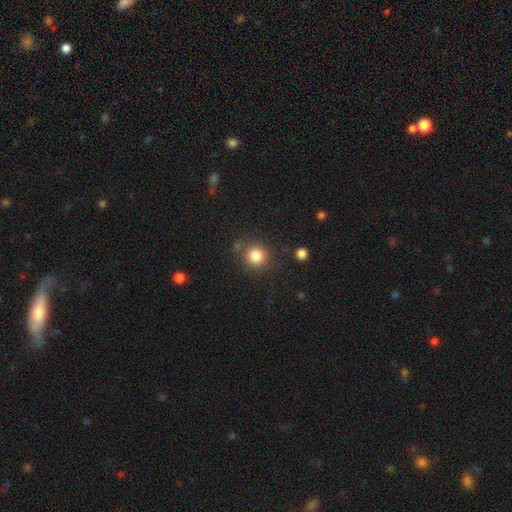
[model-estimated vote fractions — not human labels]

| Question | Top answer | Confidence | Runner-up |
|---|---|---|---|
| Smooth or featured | smooth | 84% | star or artifact (11%) |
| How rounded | round | 90% | in between (9%) |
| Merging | none | 80% | minor disturbance (10%) |